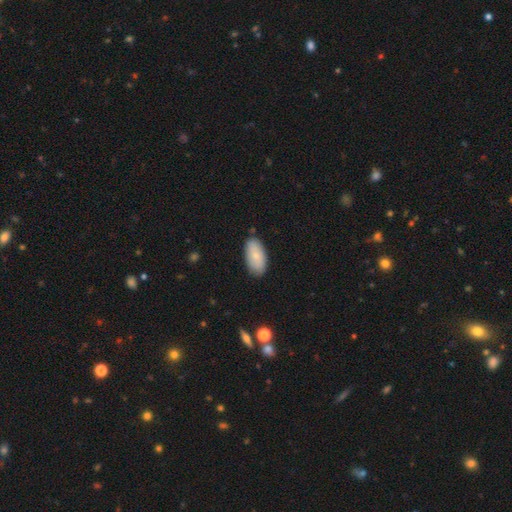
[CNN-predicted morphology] This appears to be a smooth galaxy with no disk features (75%) that is in between round and cigar-shaped (93%). Merging: none (83%).